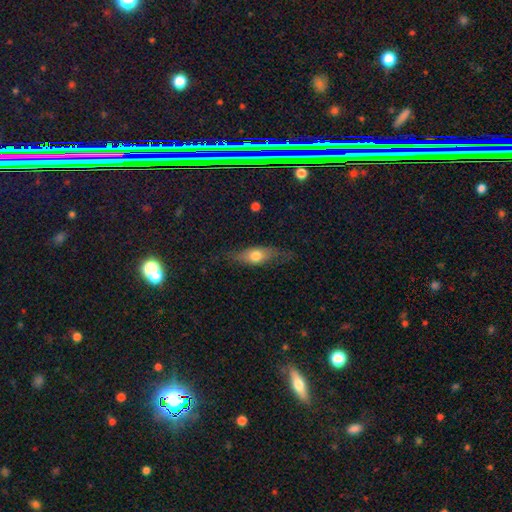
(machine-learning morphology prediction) This is possibly a smooth galaxy (58%). How rounded: likely in between (61%). Merging: likely none (69%).